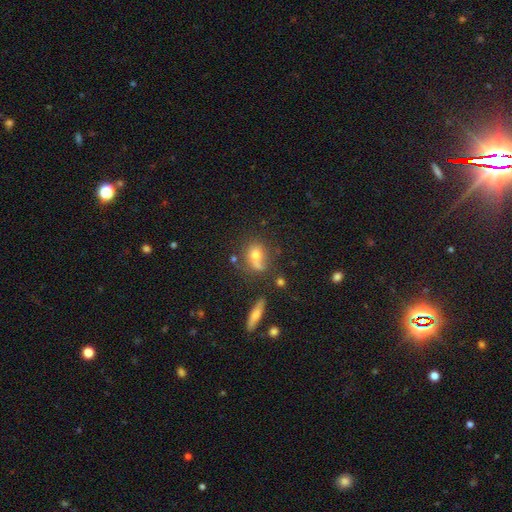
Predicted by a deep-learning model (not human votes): Morphology: type=smooth (66%); roundness=round (56%); merging=none (51%).